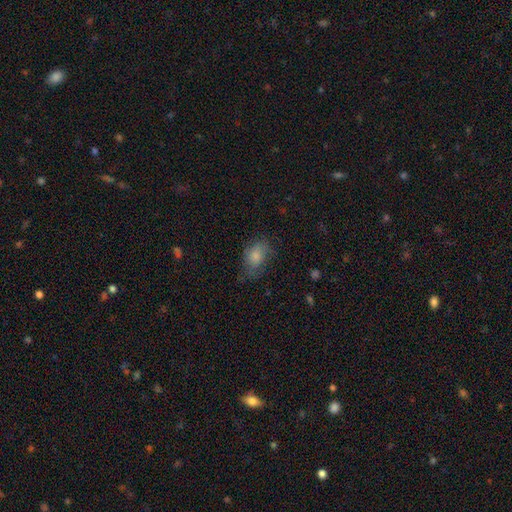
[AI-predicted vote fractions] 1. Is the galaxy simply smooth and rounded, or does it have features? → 73% smooth, 17% featured or disk, 9% star or artifact.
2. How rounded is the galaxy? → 81% in between, 17% round, 2% cigar-shaped.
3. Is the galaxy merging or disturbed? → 54% none, 28% minor disturbance, 16% major disturbance, 2% merger.